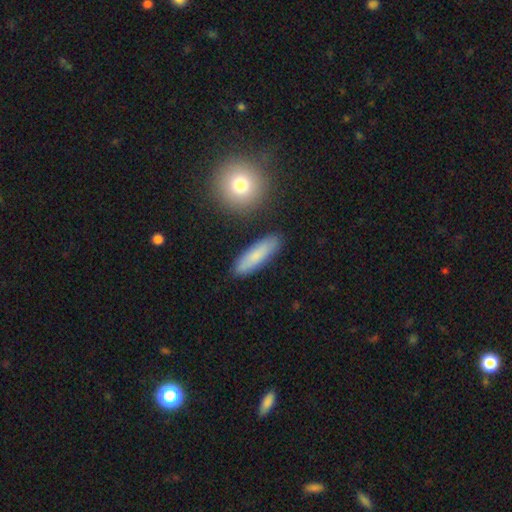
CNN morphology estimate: smooth_or_featured: smooth (p=0.78) [alt: featured or disk p=0.15]
how_rounded: cigar-shaped (p=0.66) [alt: in between p=0.31]
merging: none (p=0.88) [alt: minor disturbance p=0.08]